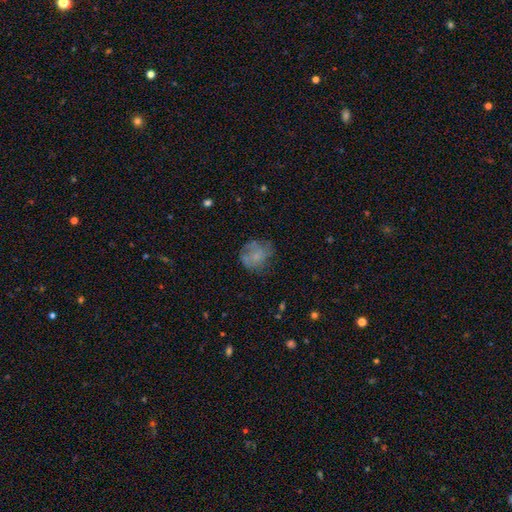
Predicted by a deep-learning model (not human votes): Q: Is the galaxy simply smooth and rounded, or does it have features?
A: smooth — 51%.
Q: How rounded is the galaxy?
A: round — 71%.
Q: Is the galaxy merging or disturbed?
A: none — 60%.